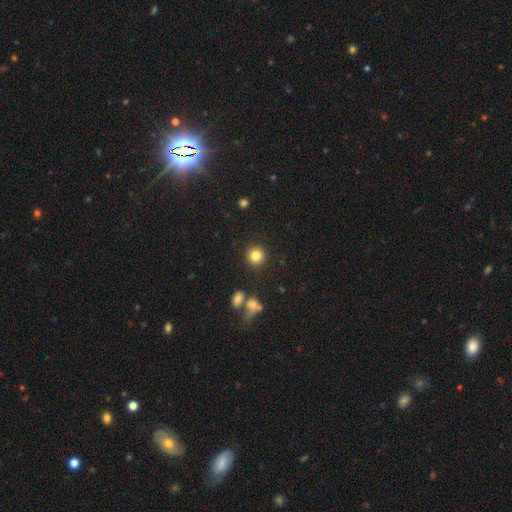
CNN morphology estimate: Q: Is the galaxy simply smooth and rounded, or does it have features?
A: smooth — 83%.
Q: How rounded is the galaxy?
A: round — 92%.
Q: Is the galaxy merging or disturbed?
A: none — 88%.